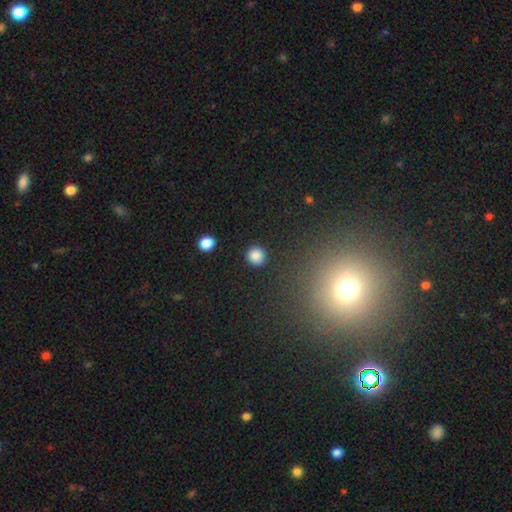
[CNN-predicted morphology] A smooth galaxy with no disk features (86%) that is round (93%).

Vote fractions:
- Smooth or featured? smooth: 86% / star or artifact: 11% / featured or disk: 4%
- How rounded? round: 93% / in between: 6% / cigar-shaped: 1%
- Merging? none: 91% / minor disturbance: 6% / major disturbance: 2% / merger: 1%